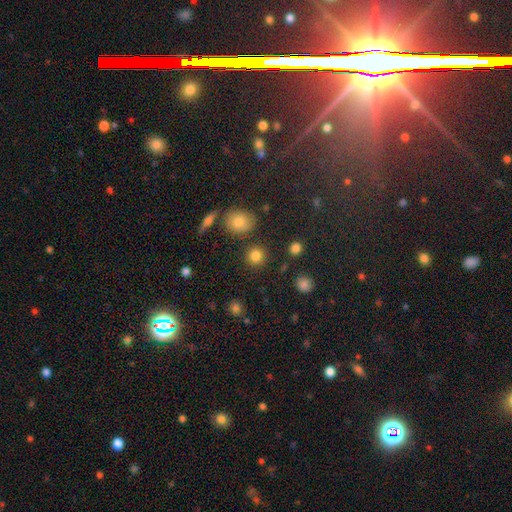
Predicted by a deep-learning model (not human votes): Smooth or featured? smooth (83%)
How rounded? round (91%)
Merging? none (87%)